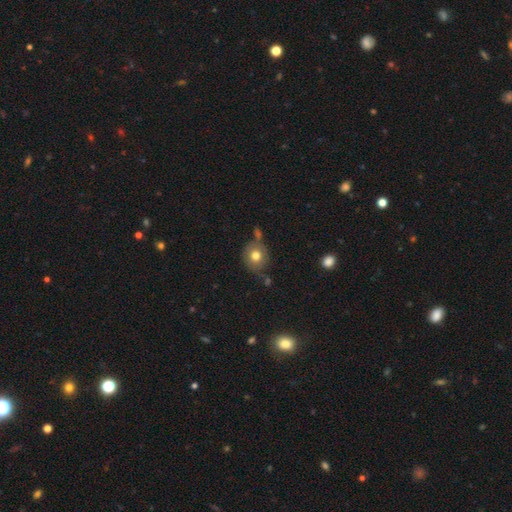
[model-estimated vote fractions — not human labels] The model was most divided on "merging": none: 66%, minor disturbance: 16%, merger: 13%, major disturbance: 5%. More confident: how rounded — round (84%); smooth or featured — smooth (75%).